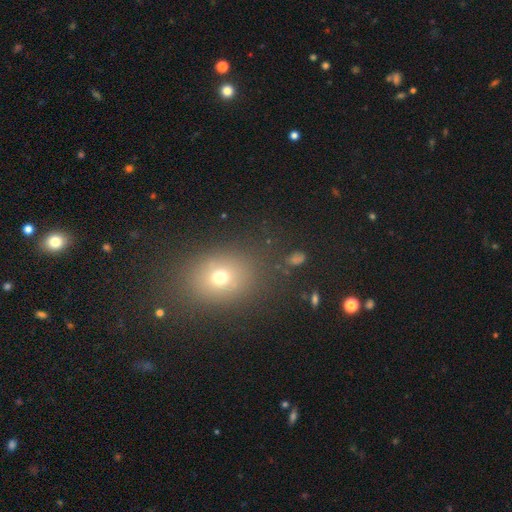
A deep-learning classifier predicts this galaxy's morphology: The model was most divided on "how rounded": round: 51%, in between: 47%, cigar-shaped: 2%. More confident: merging — none (86%); smooth or featured — smooth (60%).